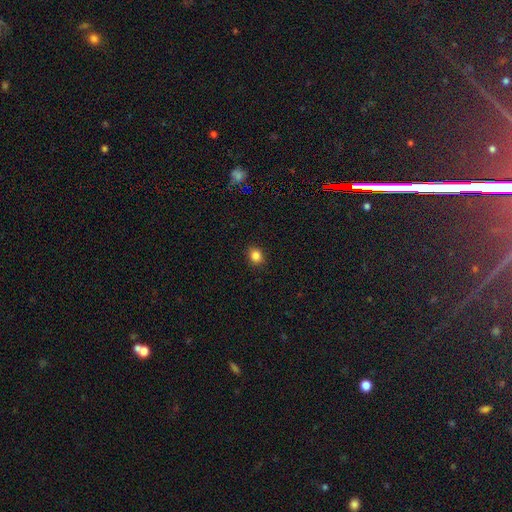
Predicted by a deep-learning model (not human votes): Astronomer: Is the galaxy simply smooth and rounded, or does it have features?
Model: smooth — 85%.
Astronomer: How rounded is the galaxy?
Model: round — 64%.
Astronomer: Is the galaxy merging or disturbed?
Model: none — 90%.